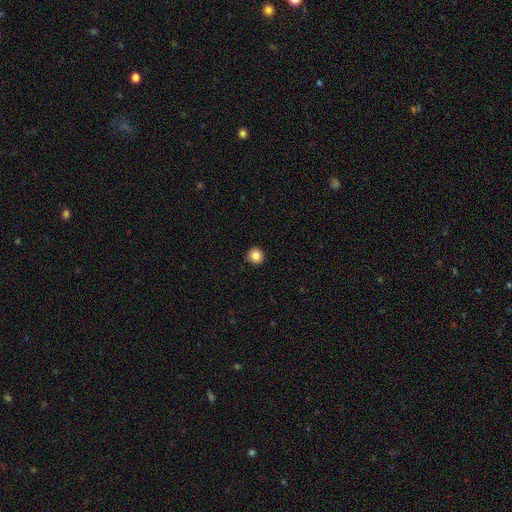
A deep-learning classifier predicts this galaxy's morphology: smooth 86%, star or artifact 10%, featured or disk 4%. Down the decision tree: how rounded — round (95%); merging — none (92%).